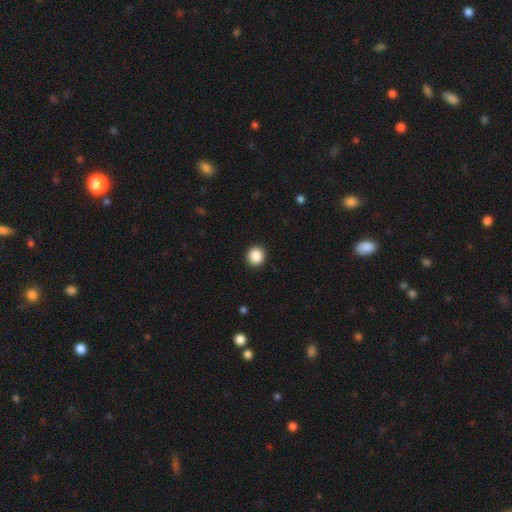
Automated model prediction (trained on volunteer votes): smooth_or_featured: smooth (p=0.88) [alt: star or artifact p=0.09]
how_rounded: round (p=0.92) [alt: in between p=0.07]
merging: none (p=0.93) [alt: minor disturbance p=0.05]